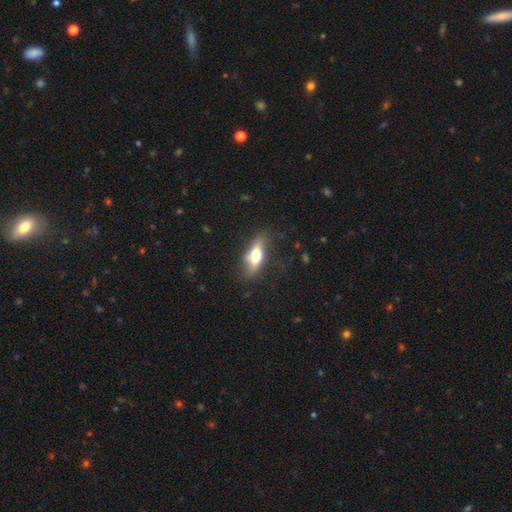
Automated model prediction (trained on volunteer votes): Smooth or featured?
  - smooth: 53% *
  - featured or disk: 40%
  - star or artifact: 7%
How rounded?
  - in between: 58% *
  - cigar-shaped: 38%
  - round: 5%
Merging?
  - none: 70% *
  - minor disturbance: 20%
  - major disturbance: 7%
  - merger: 2%